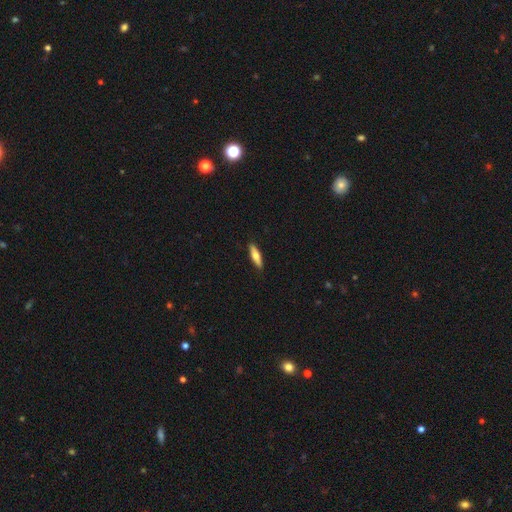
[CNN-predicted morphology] This is possibly a smooth galaxy (60%). How rounded: likely cigar-shaped (67%). Merging: clearly none (90%).